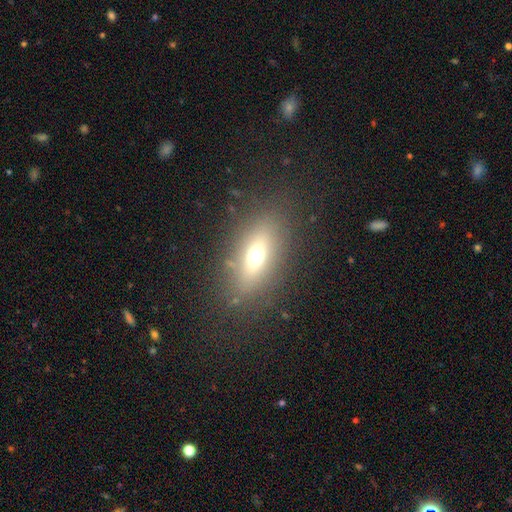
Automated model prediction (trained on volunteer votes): This appears to be a smooth galaxy with no disk features (58%) that is in between round and cigar-shaped (70%). Merging: none (81%).